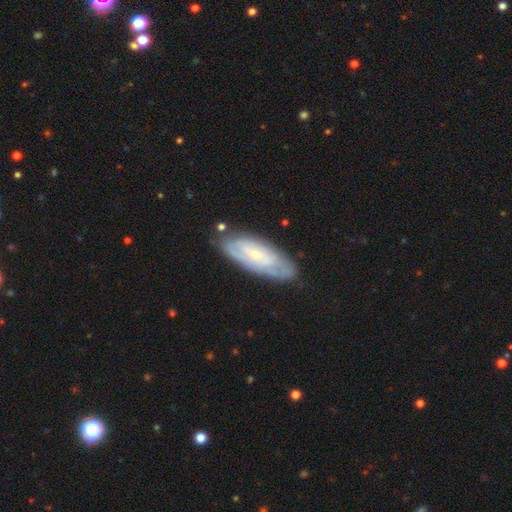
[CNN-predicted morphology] featured or disk 60%, smooth 32%, star or artifact 8%. Down the decision tree: edge-on disk — no (81%); merging — none (80%).